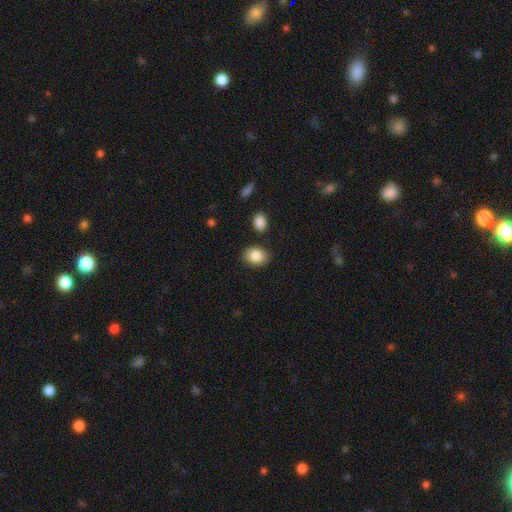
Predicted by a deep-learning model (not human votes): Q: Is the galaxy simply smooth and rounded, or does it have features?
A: smooth — 86%.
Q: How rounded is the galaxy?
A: in between — 64%.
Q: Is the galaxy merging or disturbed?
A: none — 85%.